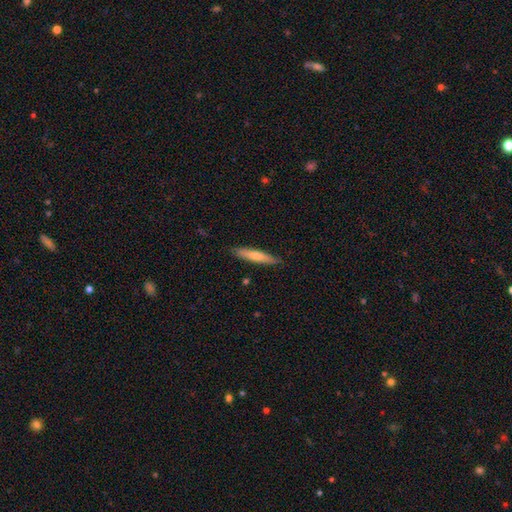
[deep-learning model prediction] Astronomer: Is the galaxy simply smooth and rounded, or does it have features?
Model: smooth — 69%.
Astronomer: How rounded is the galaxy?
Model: cigar-shaped — 90%.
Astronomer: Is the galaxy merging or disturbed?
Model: none — 88%.